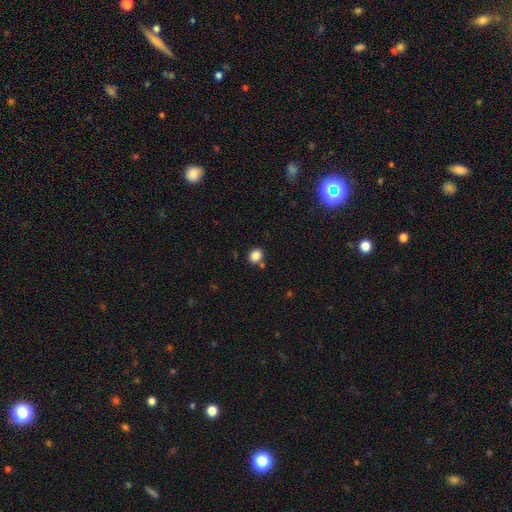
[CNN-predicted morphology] A smooth galaxy with no disk features (85%) that is round (55%).

Vote fractions:
- Smooth or featured? smooth: 85% / star or artifact: 11% / featured or disk: 5%
- How rounded? round: 55% / in between: 44% / cigar-shaped: 1%
- Merging? none: 75% / minor disturbance: 11% / merger: 10% / major disturbance: 3%